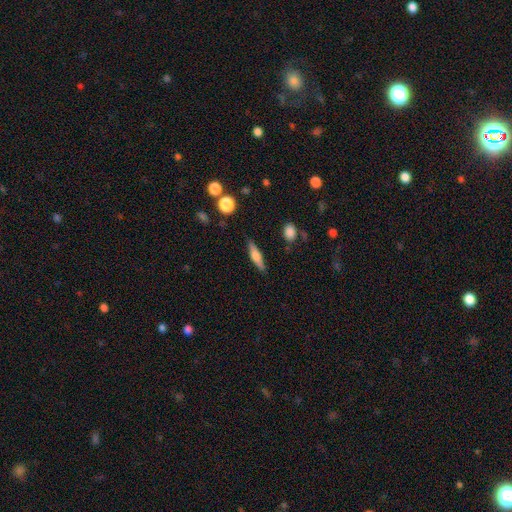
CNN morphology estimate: This appears to be a smooth galaxy with no disk features (55%) that is cigar-shaped (73%). Merging: none (85%).